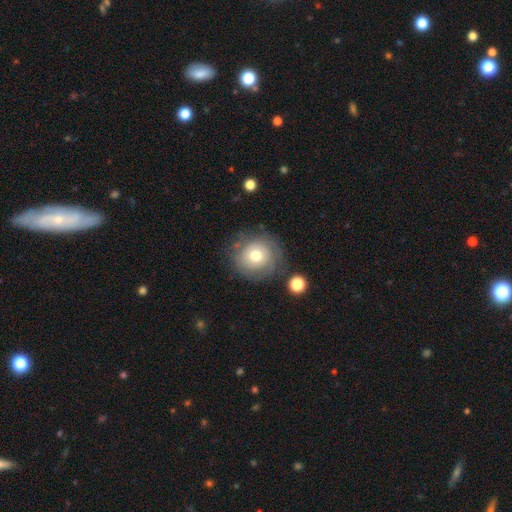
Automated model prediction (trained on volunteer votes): smooth_or_featured: smooth (p=0.59) [alt: featured or disk p=0.30]
how_rounded: round (p=0.92) [alt: in between p=0.08]
merging: none (p=0.73) [alt: minor disturbance p=0.16]